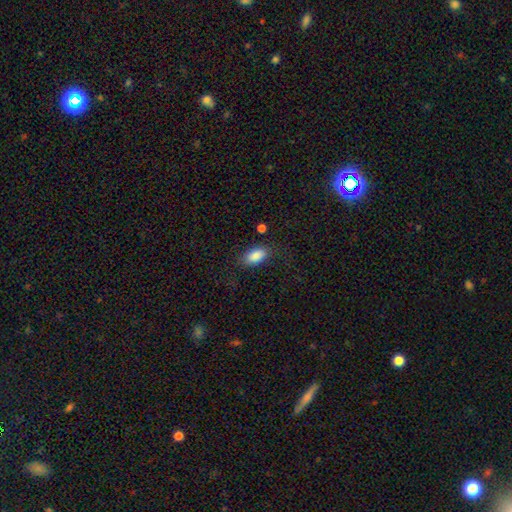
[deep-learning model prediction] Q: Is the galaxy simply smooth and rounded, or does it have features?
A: smooth — 87%.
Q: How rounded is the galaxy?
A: in between — 92%.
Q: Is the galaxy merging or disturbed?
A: none — 75%.